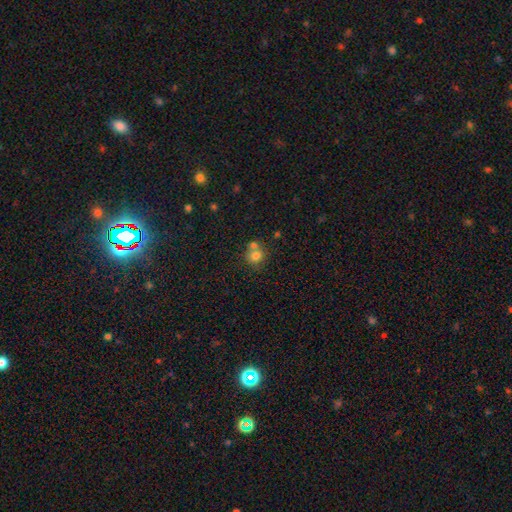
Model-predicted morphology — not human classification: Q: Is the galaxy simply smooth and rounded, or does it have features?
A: smooth — 77%.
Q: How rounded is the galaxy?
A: round — 85%.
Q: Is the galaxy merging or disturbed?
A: none — 51%.